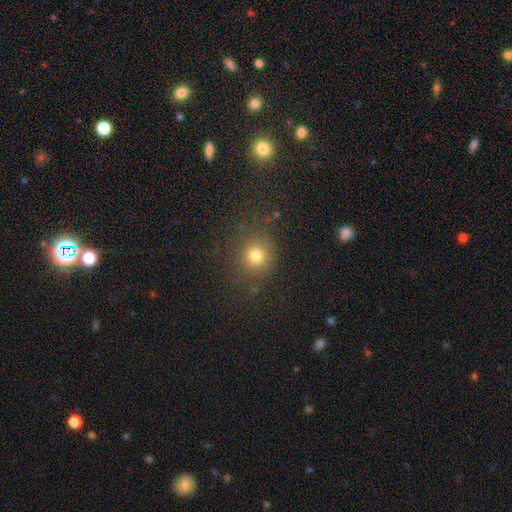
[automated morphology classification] type=smooth (76%); roundness=round (86%); merging=none (79%).